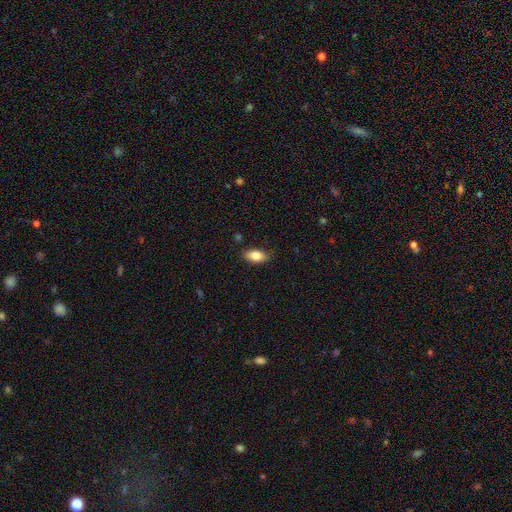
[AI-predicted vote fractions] A smooth galaxy with no disk features (83%) that is in between round and cigar-shaped (90%).

Vote fractions:
- Smooth or featured? smooth: 83% / featured or disk: 10% / star or artifact: 7%
- How rounded? in between: 90% / cigar-shaped: 6% / round: 4%
- Merging? none: 84% / minor disturbance: 12% / major disturbance: 2% / merger: 1%